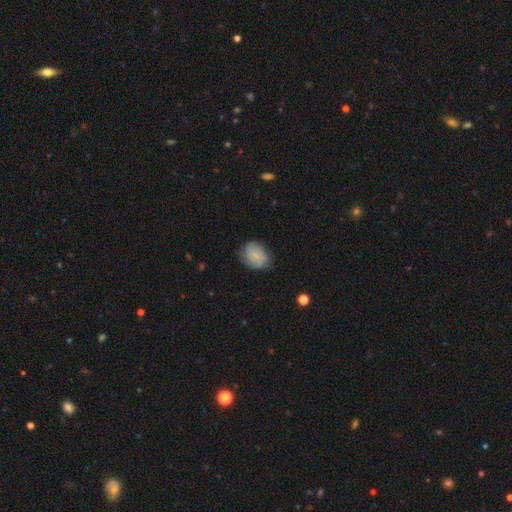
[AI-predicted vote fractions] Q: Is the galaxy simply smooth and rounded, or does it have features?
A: smooth — 71%.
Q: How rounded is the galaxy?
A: in between — 54%.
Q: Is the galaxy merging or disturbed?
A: none — 68%.